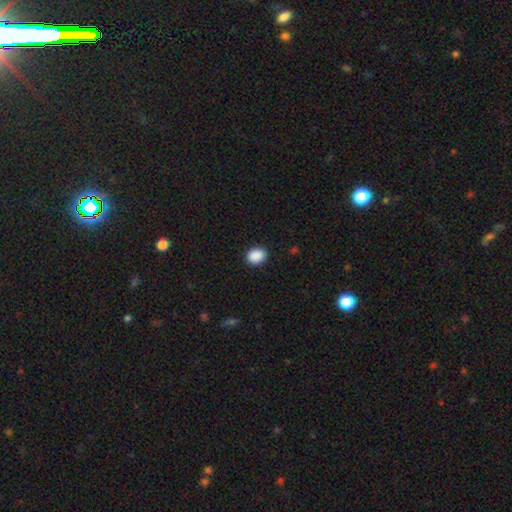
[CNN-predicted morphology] smooth-or-featured: smooth: 90% | star or artifact: 8% | featured or disk: 2%
  how-rounded: round: 50% (tied) | in between: 50% (tied) | cigar-shaped: 1%
  merging: none: 90% | minor disturbance: 7% | major disturbance: 2% | merger: 1%